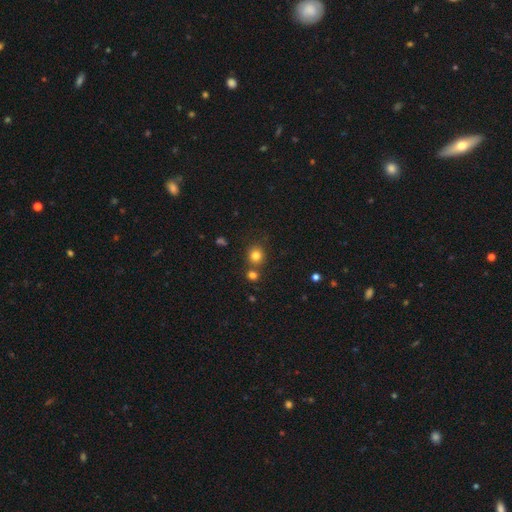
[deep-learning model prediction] Smooth or featured?
  - smooth: 80% *
  - star or artifact: 14%
  - featured or disk: 7%
How rounded?
  - round: 87% *
  - in between: 12%
  - cigar-shaped: 1%
Merging?
  - none: 71% *
  - merger: 18%
  - minor disturbance: 9%
  - major disturbance: 3%